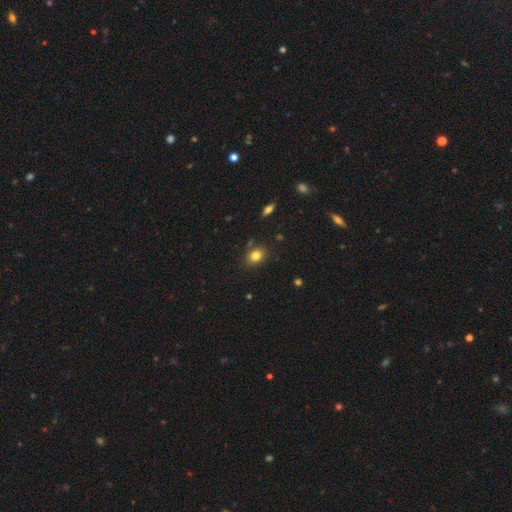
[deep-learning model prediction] Smooth or featured?
  - smooth: 81% *
  - star or artifact: 11%
  - featured or disk: 8%
How rounded?
  - in between: 52% *
  - round: 46%
  - cigar-shaped: 1%
Merging?
  - none: 84% *
  - minor disturbance: 11%
  - merger: 3%
  - major disturbance: 2%